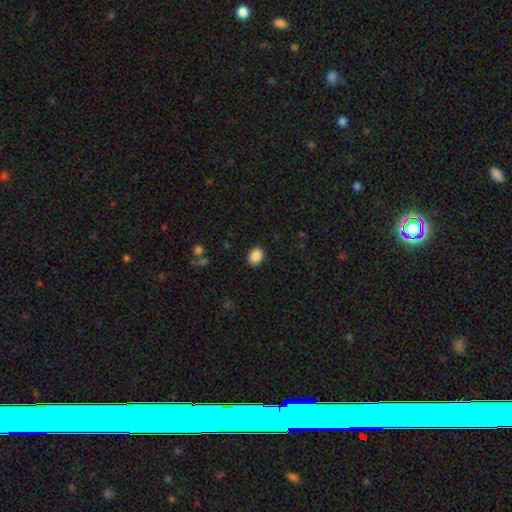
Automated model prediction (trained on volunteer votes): Smooth or featured? Predicted: smooth (p=0.89). How rounded? Predicted: in between (p=0.61). Merging? Predicted: none (p=0.89).